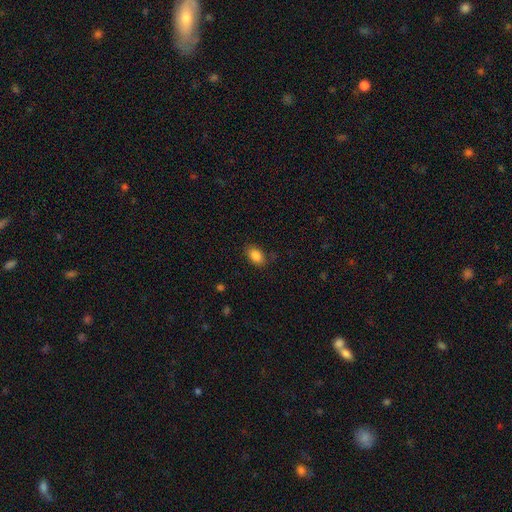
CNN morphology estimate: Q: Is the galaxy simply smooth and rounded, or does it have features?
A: smooth — 86%.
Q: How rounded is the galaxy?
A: in between — 83%.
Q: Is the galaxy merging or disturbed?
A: none — 81%.